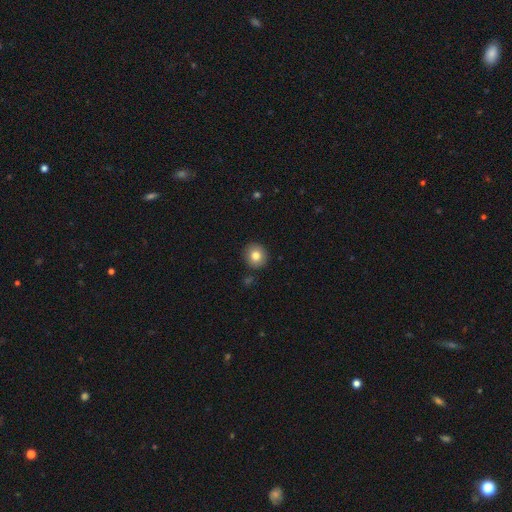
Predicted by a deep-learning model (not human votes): A smooth galaxy with no disk features (81%) that is round (89%).

Vote fractions:
- Smooth or featured? smooth: 81% / featured or disk: 10% / star or artifact: 9%
- How rounded? round: 89% / in between: 10% / cigar-shaped: 1%
- Merging? none: 90% / minor disturbance: 7% / merger: 2% / major disturbance: 2%